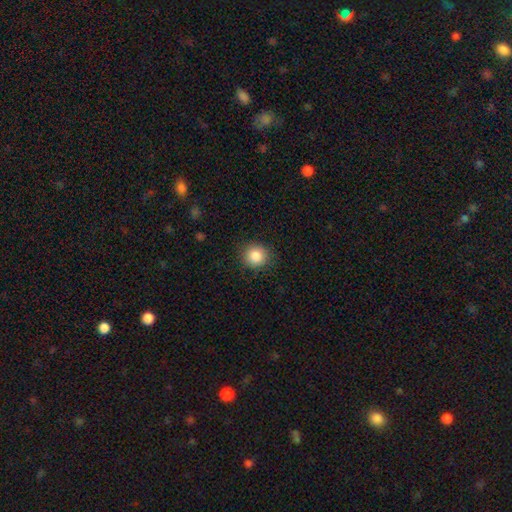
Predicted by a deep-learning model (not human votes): The model was most divided on "smooth or featured": smooth: 85%, star or artifact: 10%, featured or disk: 5%. More confident: how rounded — round (90%); merging — none (89%).